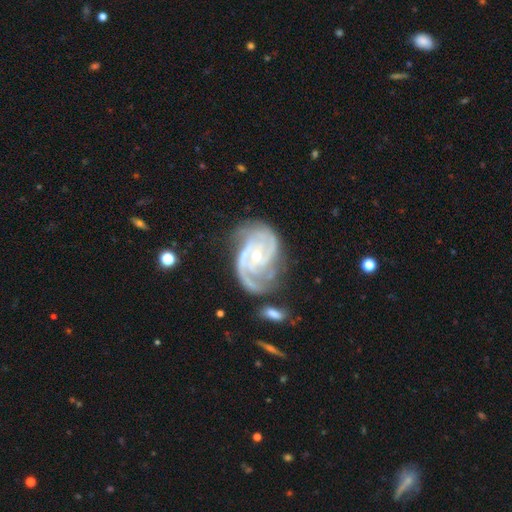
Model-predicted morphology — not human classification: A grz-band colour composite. It shows a featured or disk galaxy (91%) with no bar (56%), 2 (45%) tight (50%) spiral arms (98%) and a small central bulge (61%). Merging: none (55%).